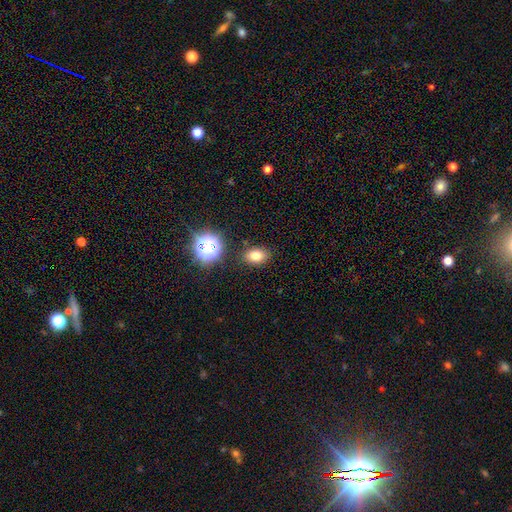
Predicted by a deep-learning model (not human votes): This is likely a smooth galaxy (75%). How rounded: likely in between (76%). Merging: clearly none (83%).